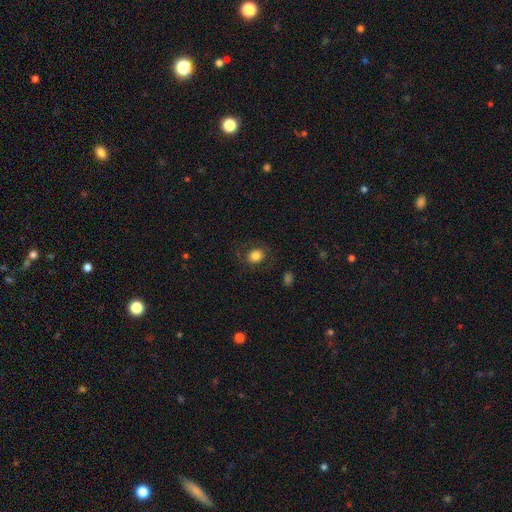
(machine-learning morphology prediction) type=smooth (78%); roundness=round (65%); merging=none (77%).